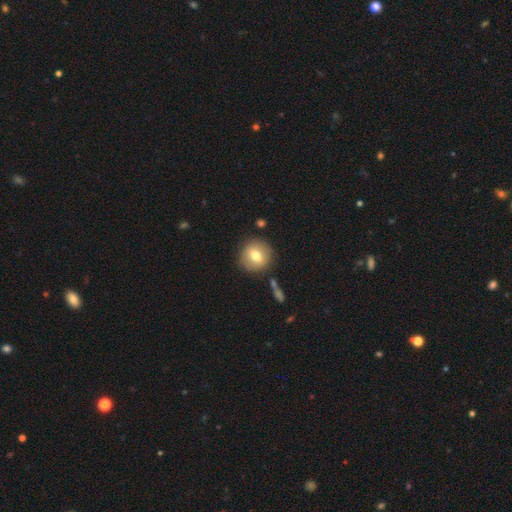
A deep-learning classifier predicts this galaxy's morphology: type=smooth (71%); roundness=round (90%); merging=none (85%).